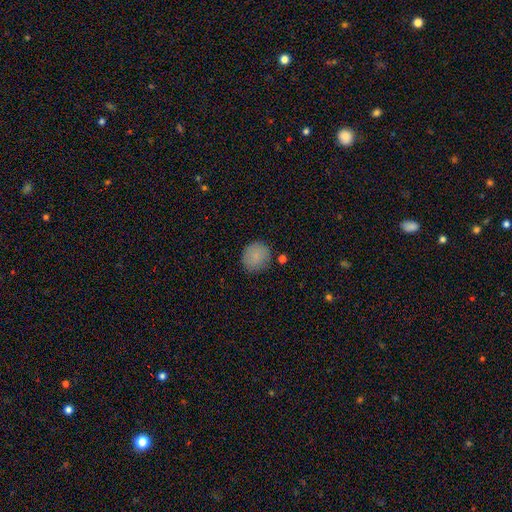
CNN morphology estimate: Q: Smooth or featured?
A: smooth (84%); runner-up: star or artifact (8%)
Q: How rounded?
A: round (81%); runner-up: in between (18%)
Q: Merging?
A: none (81%); runner-up: minor disturbance (13%)